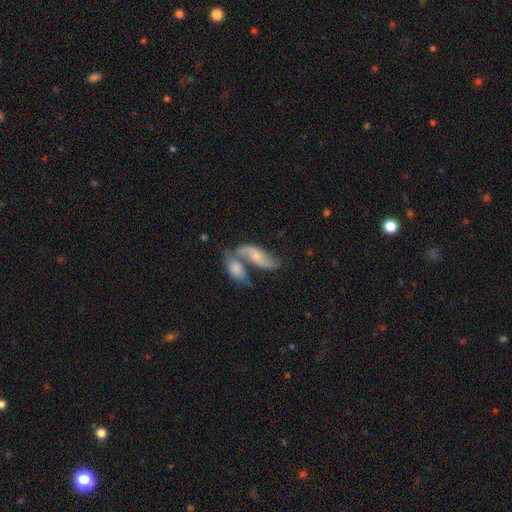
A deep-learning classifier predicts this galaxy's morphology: smooth-or-featured: featured or disk: 56% | smooth: 35% | star or artifact: 9%
  disk-edge-on: no: 83% | yes: 17%
  merging: merger: 61% | none: 24% | minor disturbance: 9% | major disturbance: 6%